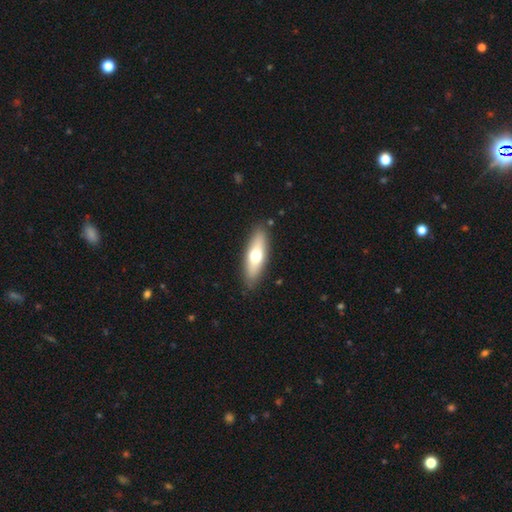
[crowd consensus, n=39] This is possibly a smooth galaxy (51%). How rounded: likely in between (60%). Merging: clearly none (97%).